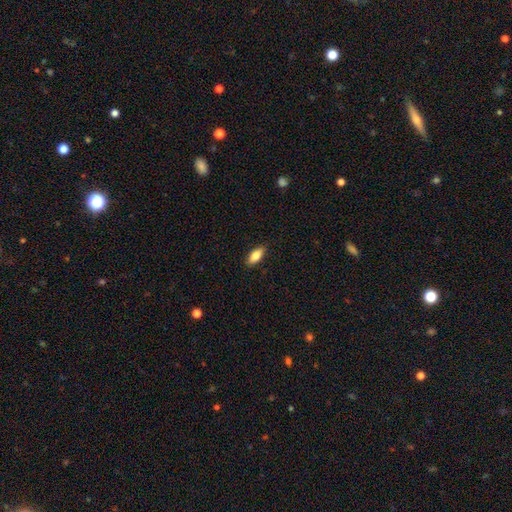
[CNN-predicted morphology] The model was most divided on "smooth or featured": smooth: 79%, featured or disk: 15%, star or artifact: 7%. More confident: merging — none (88%); how rounded — in between (83%).